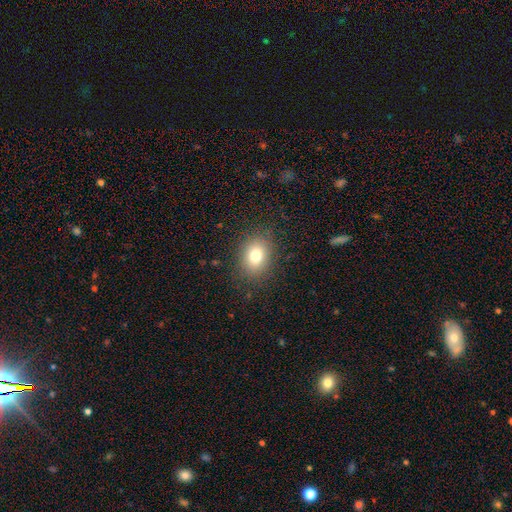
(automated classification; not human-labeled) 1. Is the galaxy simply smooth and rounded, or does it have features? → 78% smooth, 12% star or artifact, 10% featured or disk.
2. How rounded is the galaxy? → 59% in between, 40% round, 1% cigar-shaped.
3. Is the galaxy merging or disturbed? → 85% none, 10% minor disturbance, 4% major disturbance, 1% merger.